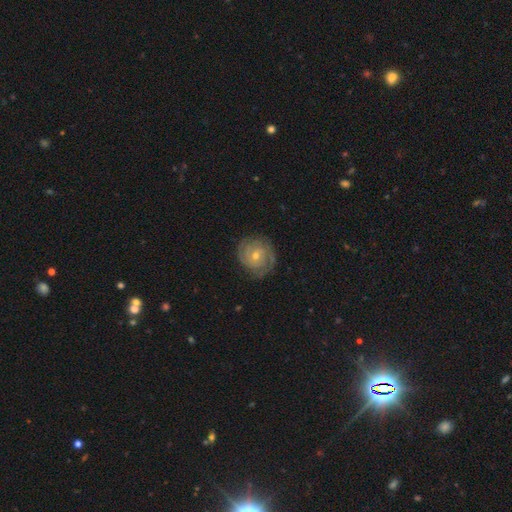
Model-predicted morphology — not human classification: A featured or disk galaxy (79%) with no bar (70%), 2 (37%) tight (75%) spiral arms (95%) and a small central bulge (56%). Merging: none (81%).